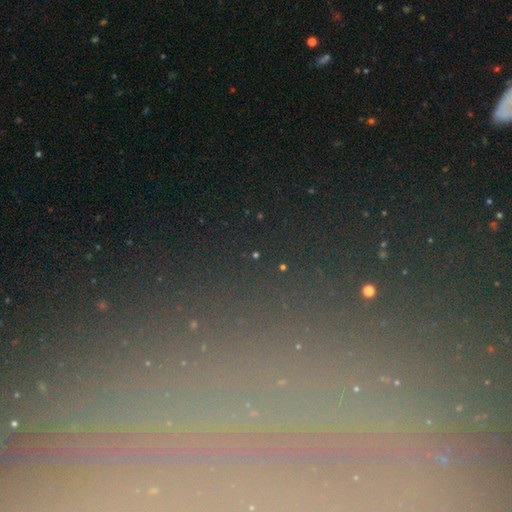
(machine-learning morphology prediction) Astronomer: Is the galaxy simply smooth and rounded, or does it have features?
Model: star or artifact — 67%.